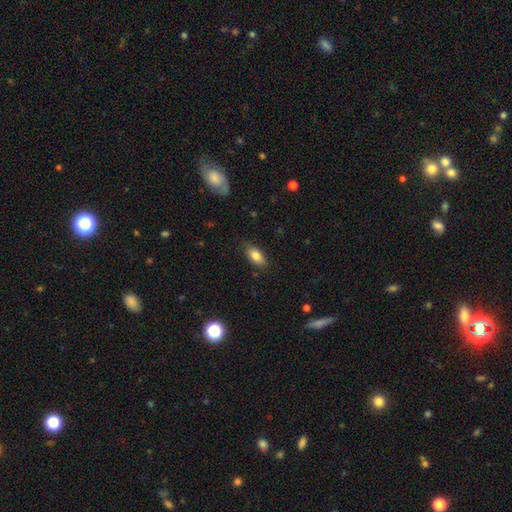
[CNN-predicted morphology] smooth 83%, featured or disk 10%, star or artifact 7%. Down the decision tree: how rounded — in between (89%); merging — none (81%).